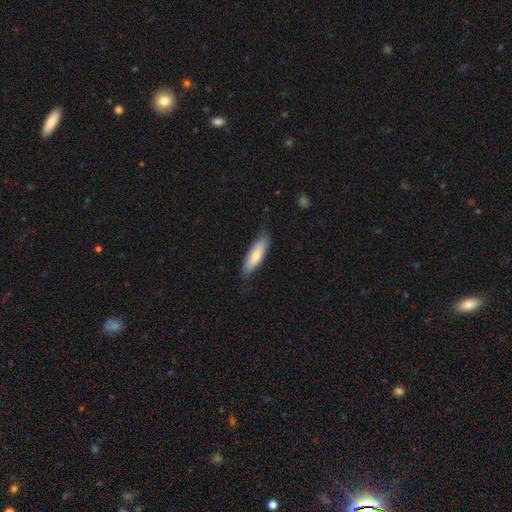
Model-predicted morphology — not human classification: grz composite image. It shows a smooth galaxy with no disk features (69%) that is in between round and cigar-shaped (52%). Merging: none (76%).